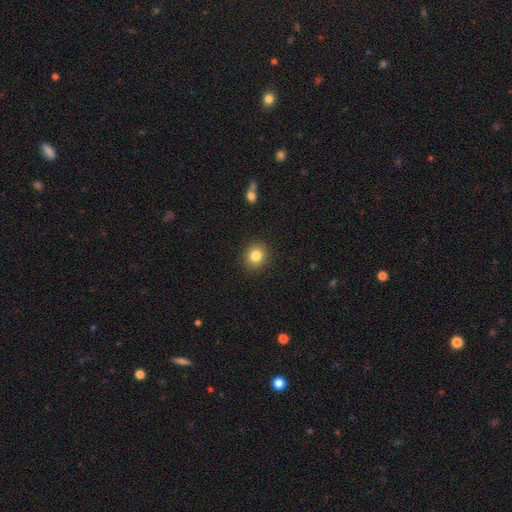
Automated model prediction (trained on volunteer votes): smooth_or_featured: smooth (p=0.83) [alt: star or artifact p=0.11]
how_rounded: round (p=0.86) [alt: in between p=0.13]
merging: none (p=0.90) [alt: minor disturbance p=0.06]